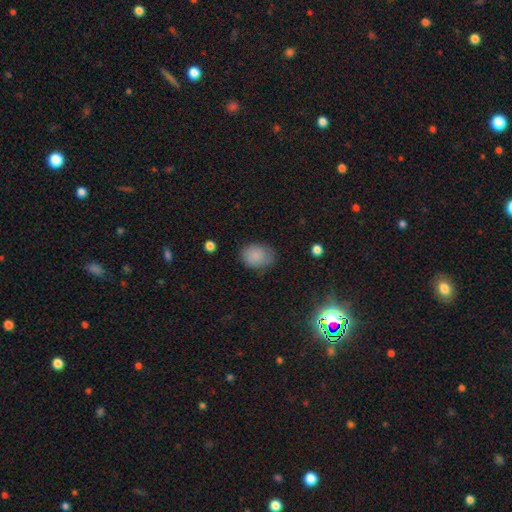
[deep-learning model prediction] Smooth or featured? Predicted: smooth (p=0.84). How rounded? Predicted: in between (p=0.61). Merging? Predicted: none (p=0.67).